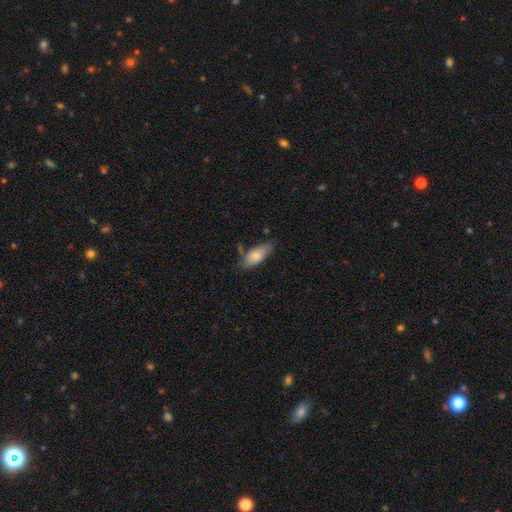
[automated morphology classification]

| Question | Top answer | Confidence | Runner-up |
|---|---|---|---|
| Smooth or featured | smooth | 75% | featured or disk (19%) |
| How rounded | in between | 80% | cigar-shaped (18%) |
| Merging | none | 62% | minor disturbance (24%) |